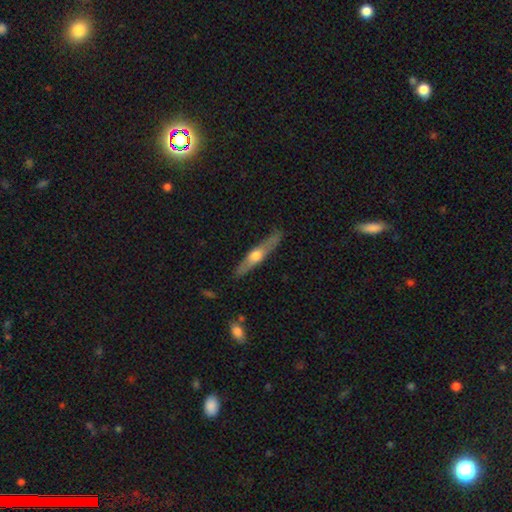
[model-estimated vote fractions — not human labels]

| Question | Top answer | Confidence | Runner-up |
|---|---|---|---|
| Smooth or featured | featured or disk | 58% | smooth (37%) |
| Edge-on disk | yes | 90% | no (10%) |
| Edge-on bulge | rounded | 91% | none (6%) |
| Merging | none | 85% | minor disturbance (11%) |